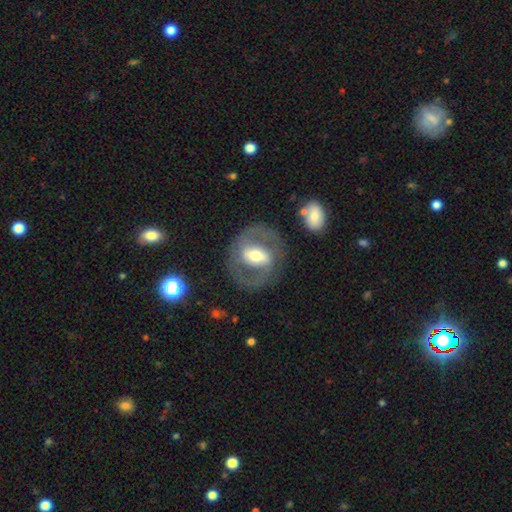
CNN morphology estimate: smooth_or_featured: featured or disk (p=0.73) [alt: smooth p=0.22]
disk_edge_on: no (p=0.95) [alt: yes p=0.05]
bar: strong (p=0.46) [alt: weak p=0.34]
has_spiral_arms: yes (p=0.59) [alt: no p=0.41]
bulge_size: moderate (p=0.66) [alt: large p=0.18]
merging: none (p=0.77) [alt: minor disturbance p=0.12]